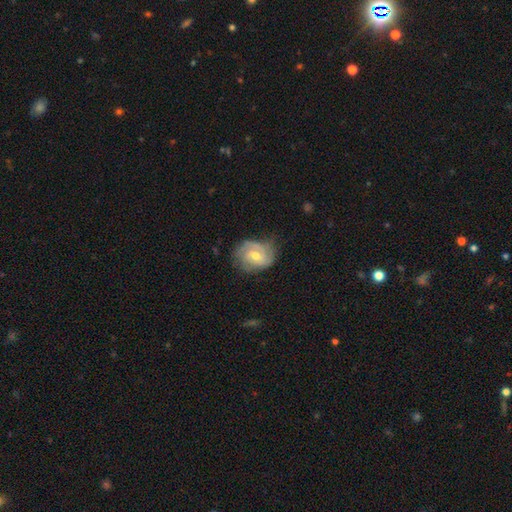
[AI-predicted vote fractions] Overall: featured or disk (76%). Edge-on disk: no (97%). Bar: no (50%; weak 42%). Spiral arms: yes (92%). Spiral arm count: 2 (37%; can't tell 27%). Spiral winding: tight (57%; medium 33%). Bulge size: moderate (65%; small 31%). Merging: none (66%).